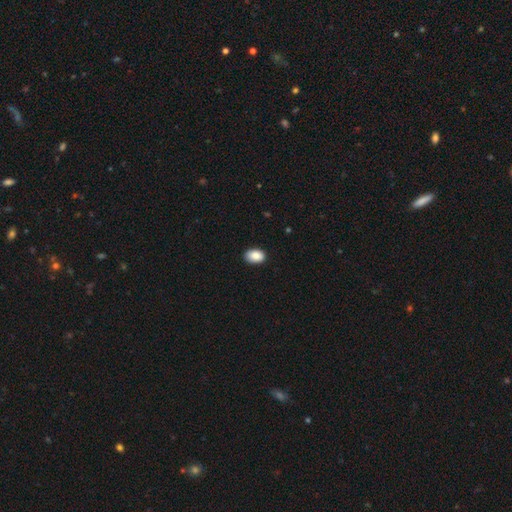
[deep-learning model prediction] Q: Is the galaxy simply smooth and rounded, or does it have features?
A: smooth — 88%.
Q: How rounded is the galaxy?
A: in between — 84%.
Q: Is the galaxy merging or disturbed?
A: none — 87%.